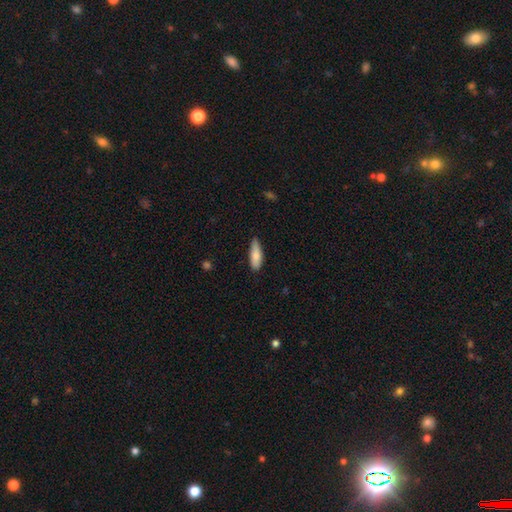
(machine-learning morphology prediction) Smooth or featured?
  - smooth: 82% *
  - featured or disk: 12%
  - star or artifact: 6%
How rounded?
  - in between: 53% *
  - cigar-shaped: 45%
  - round: 2%
Merging?
  - none: 77% *
  - minor disturbance: 19%
  - major disturbance: 3%
  - merger: 1%